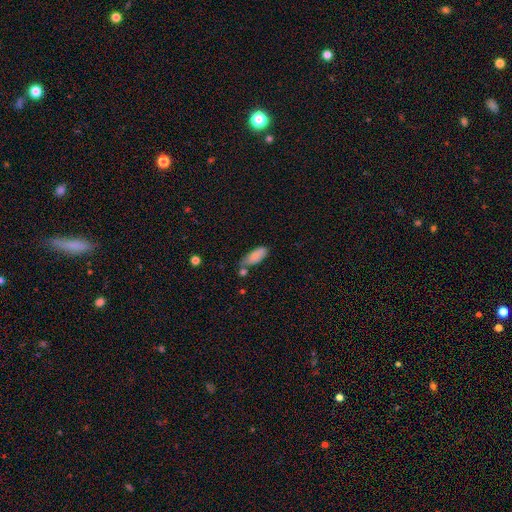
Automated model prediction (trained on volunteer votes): Smooth or featured? Predicted: smooth (p=0.83). How rounded? Predicted: in between (p=0.74). Merging? Predicted: none (p=0.54).